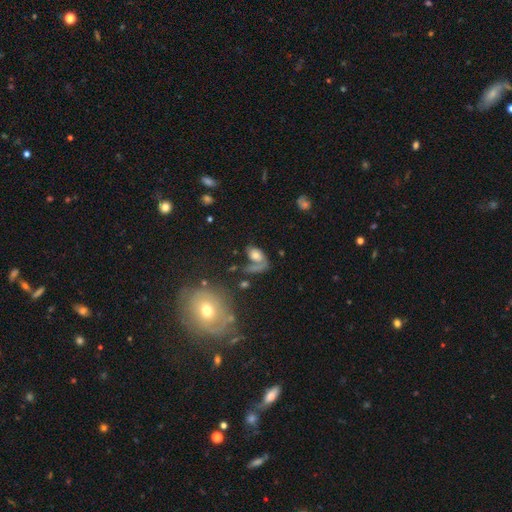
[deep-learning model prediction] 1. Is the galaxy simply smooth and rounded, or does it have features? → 46% smooth, 44% featured or disk, 10% star or artifact.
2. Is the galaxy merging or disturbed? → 33% none, 31% major disturbance, 19% merger, 16% minor disturbance.